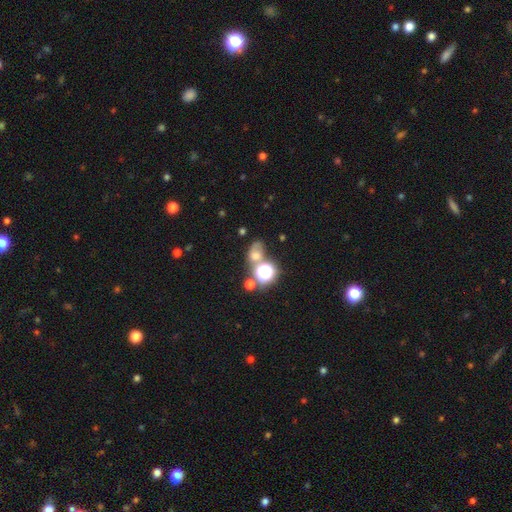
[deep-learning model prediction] Smooth or featured? smooth (50%)
Merging? none (46%)